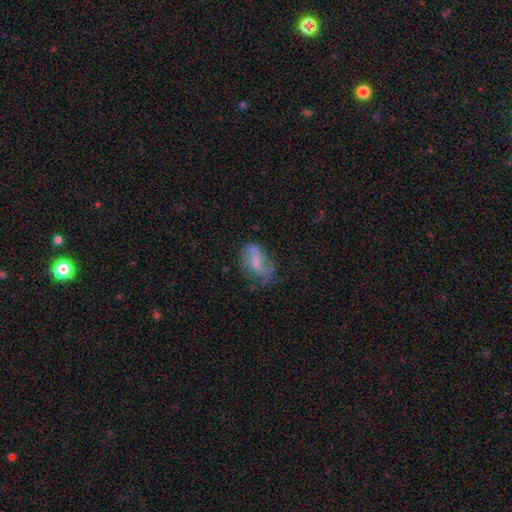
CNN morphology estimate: Smooth or featured: featured or disk — 59% (smooth — 31%)
Edge-on disk: no — 95% (yes — 5%)
Bar: weak — 44% (no — 38%)
Spiral arms: yes — 75% (no — 25%)
Bulge size: small — 39% (none — 31%)
Merging: none — 52% (minor disturbance — 26%)